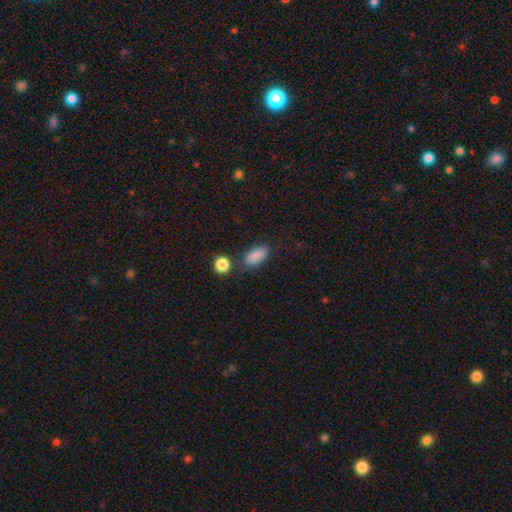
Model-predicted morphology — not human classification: smooth_or_featured: smooth (p=0.87) [alt: star or artifact p=0.08]
how_rounded: in between (p=0.85) [alt: cigar-shaped p=0.10]
merging: none (p=0.73) [alt: minor disturbance p=0.15]